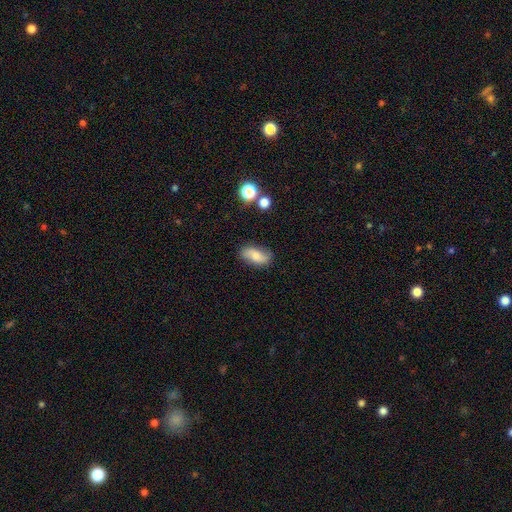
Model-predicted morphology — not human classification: smooth_or_featured: smooth (p=0.70) [alt: featured or disk p=0.21]
how_rounded: in between (p=0.87) [alt: cigar-shaped p=0.07]
merging: none (p=0.79) [alt: minor disturbance p=0.15]